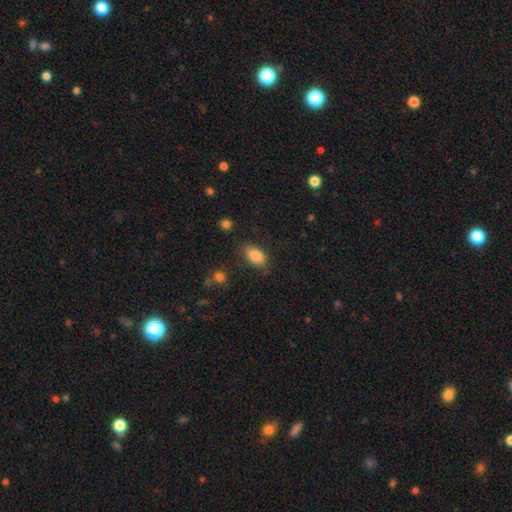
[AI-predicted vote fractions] A smooth galaxy with no disk features (86%) that is in between round and cigar-shaped (91%).

Vote fractions:
- Smooth or featured? smooth: 86% / star or artifact: 8% / featured or disk: 6%
- How rounded? in between: 91% / round: 6% / cigar-shaped: 3%
- Merging? none: 75% / minor disturbance: 17% / major disturbance: 5% / merger: 2%